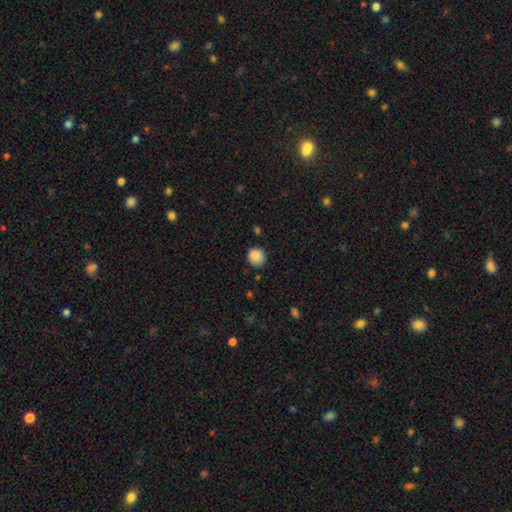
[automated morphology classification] The model was most divided on "merging": none: 82%, minor disturbance: 13%, major disturbance: 3%, merger: 2%. More confident: smooth or featured — smooth (88%); how rounded — round (86%).